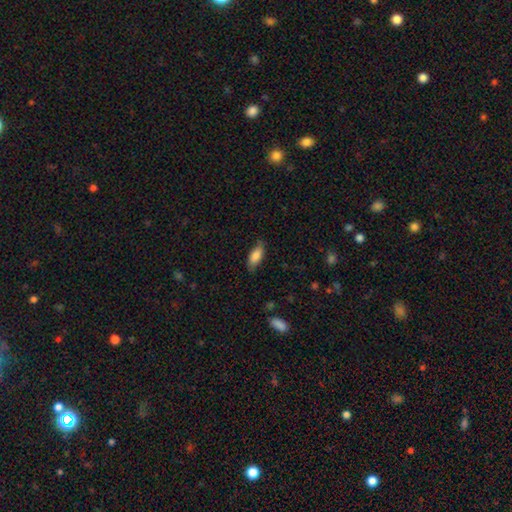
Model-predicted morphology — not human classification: Smooth or featured? smooth (82%)
How rounded? in between (79%)
Merging? none (76%)